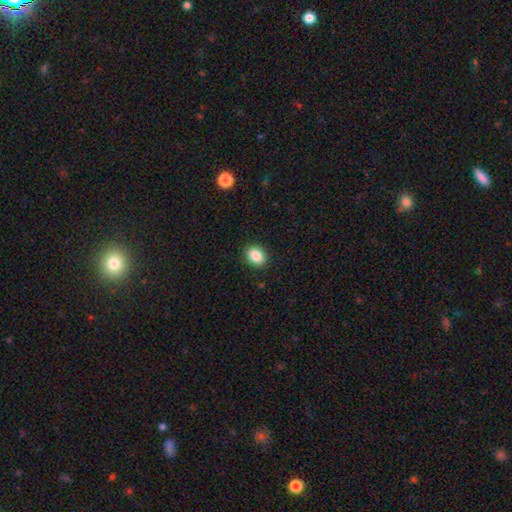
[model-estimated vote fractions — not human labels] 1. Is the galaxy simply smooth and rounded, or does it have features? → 86% smooth, 9% star or artifact, 5% featured or disk.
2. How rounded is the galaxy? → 63% in between, 36% round, 1% cigar-shaped.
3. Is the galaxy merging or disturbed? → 90% none, 7% minor disturbance, 2% major disturbance, 1% merger.